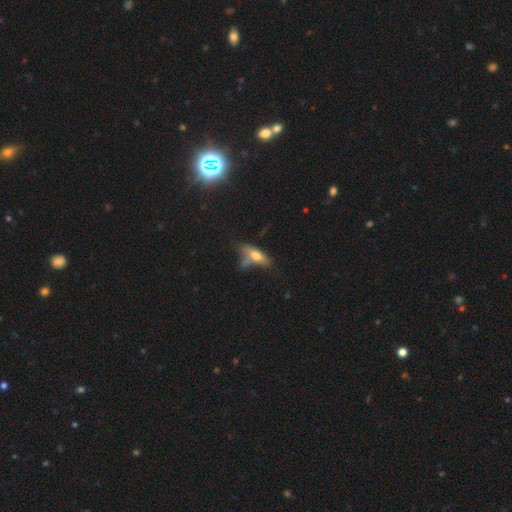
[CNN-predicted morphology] smooth_or_featured: smooth (p=0.56) [alt: featured or disk p=0.35]
how_rounded: in between (p=0.53) [alt: cigar-shaped p=0.43]
merging: none (p=0.43) [alt: minor disturbance p=0.22]